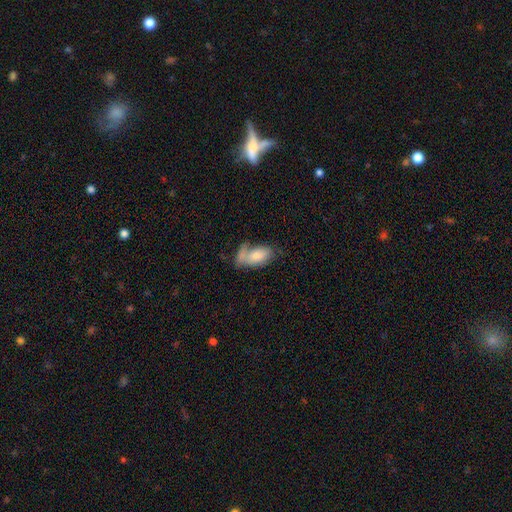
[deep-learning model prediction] Overall: smooth (77%). How rounded: in between (91%). Merging: none (36%; merger 33%).